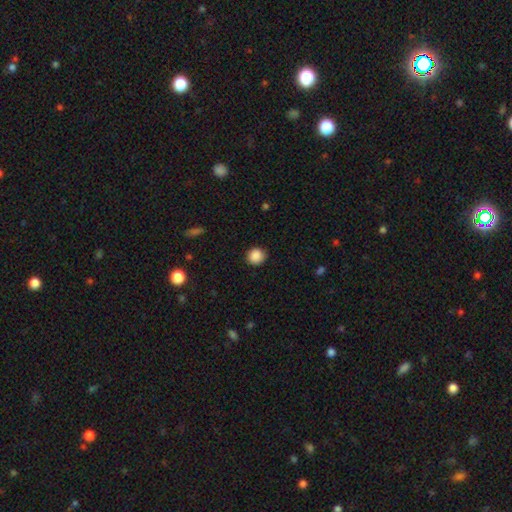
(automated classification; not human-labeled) A smooth galaxy with no disk features (88%) that is round (90%).

Vote fractions:
- Smooth or featured? smooth: 88% / star or artifact: 9% / featured or disk: 3%
- How rounded? round: 90% / in between: 9% / cigar-shaped: 1%
- Merging? none: 87% / minor disturbance: 10% / major disturbance: 2% / merger: 1%